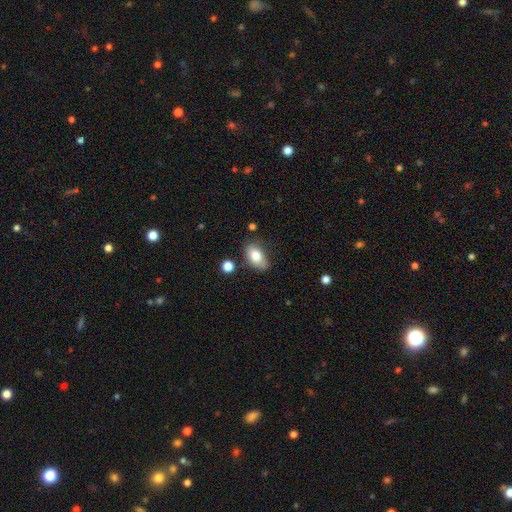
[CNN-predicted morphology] A smooth galaxy with no disk features (78%) that is in between round and cigar-shaped (89%).

Vote fractions:
- Smooth or featured? smooth: 78% / featured or disk: 14% / star or artifact: 8%
- How rounded? in between: 89% / round: 8% / cigar-shaped: 3%
- Merging? none: 68% / minor disturbance: 22% / major disturbance: 5% / merger: 5%